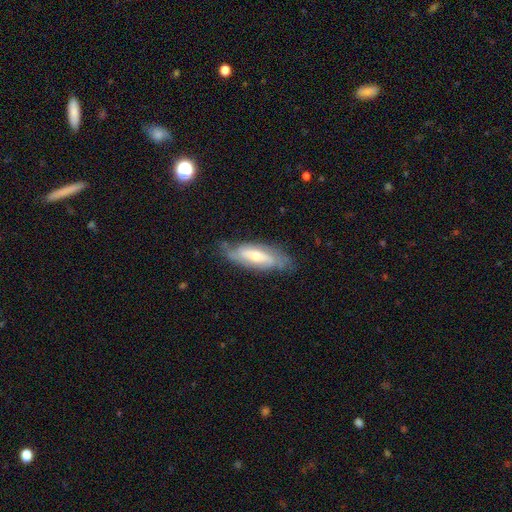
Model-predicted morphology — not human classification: Overall: featured or disk (68%). Edge-on disk: no (77%). Bar: no (45%; weak 36%). Spiral arms: yes (83%). Bulge size: moderate (53%; small 40%). Merging: none (71%).